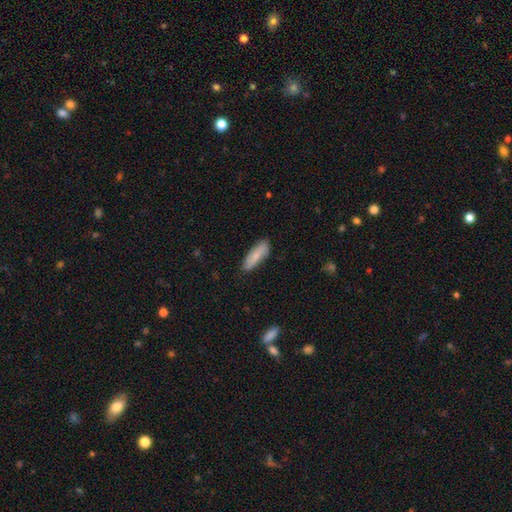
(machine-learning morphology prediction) Smooth or featured?
  - smooth: 78% *
  - featured or disk: 16%
  - star or artifact: 6%
How rounded?
  - in between: 50% *
  - cigar-shaped: 49%
  - round: 2%
Merging?
  - none: 84% *
  - minor disturbance: 12%
  - major disturbance: 2%
  - merger: 1%